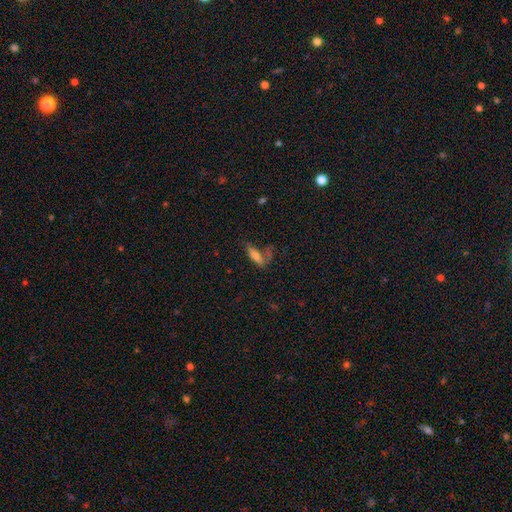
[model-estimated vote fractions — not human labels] smooth 71%, featured or disk 19%, star or artifact 10%. Down the decision tree: how rounded — cigar-shaped (49%); merging — none (52%).